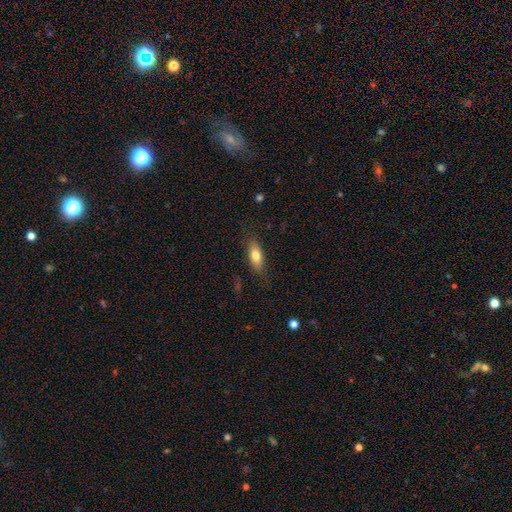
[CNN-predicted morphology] Smooth or featured? Predicted: smooth (p=0.74). How rounded? Predicted: in between (p=0.71). Merging? Predicted: none (p=0.80).